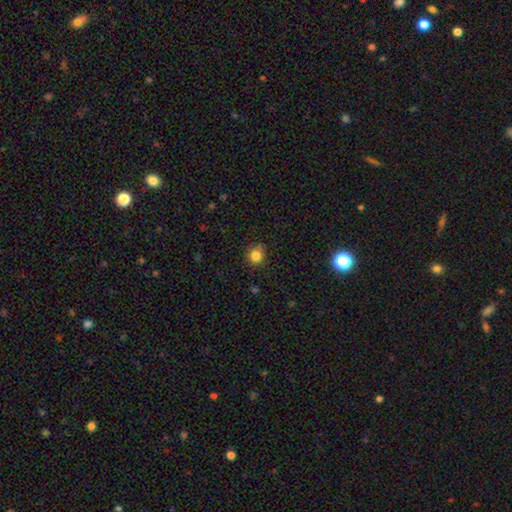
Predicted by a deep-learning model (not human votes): A smooth galaxy with no disk features (83%) that is round (87%).

Vote fractions:
- Smooth or featured? smooth: 83% / star or artifact: 12% / featured or disk: 5%
- How rounded? round: 87% / in between: 12% / cigar-shaped: 1%
- Merging? none: 78% / minor disturbance: 16% / major disturbance: 3% / merger: 2%